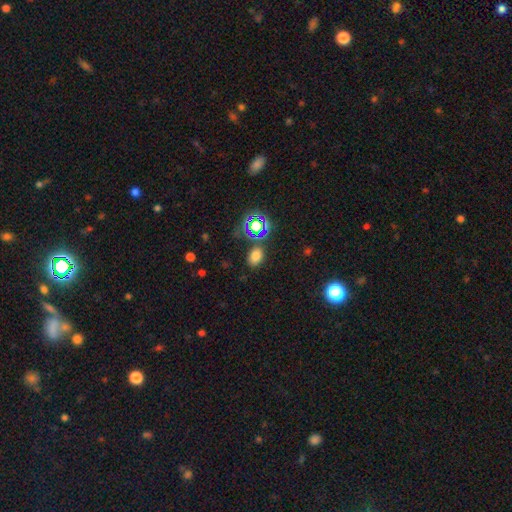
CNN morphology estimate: Smooth or featured?
  - smooth: 69% *
  - star or artifact: 25%
  - featured or disk: 7%
How rounded?
  - in between: 77% *
  - round: 22%
  - cigar-shaped: 1%
Merging?
  - none: 78% *
  - minor disturbance: 12%
  - merger: 5%
  - major disturbance: 4%